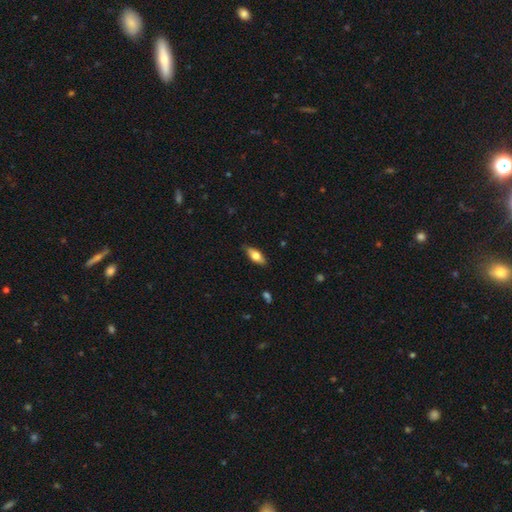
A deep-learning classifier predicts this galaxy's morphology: A smooth galaxy with no disk features (63%) that is in between round and cigar-shaped (76%).

Vote fractions:
- Smooth or featured? smooth: 63% / featured or disk: 31% / star or artifact: 6%
- How rounded? in between: 76% / cigar-shaped: 21% / round: 3%
- Merging? none: 84% / minor disturbance: 12% / major disturbance: 2% / merger: 1%